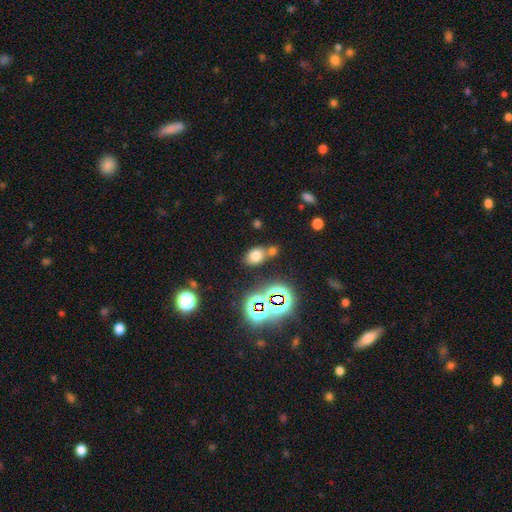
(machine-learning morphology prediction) Smooth or featured? smooth (68%)
How rounded? in between (71%)
Merging? none (60%)